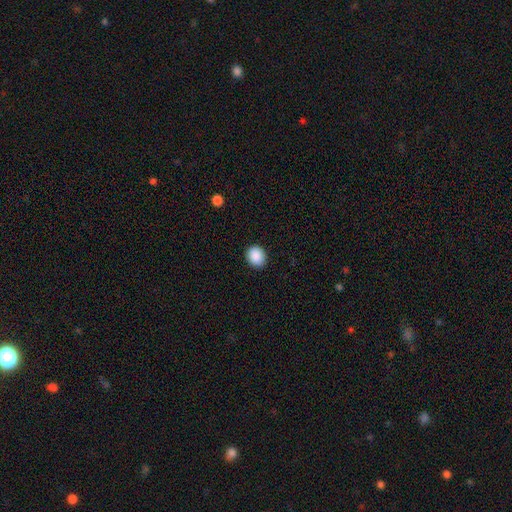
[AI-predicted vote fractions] A smooth galaxy with no disk features (90%) that is round (57%). Merging: none (90%).